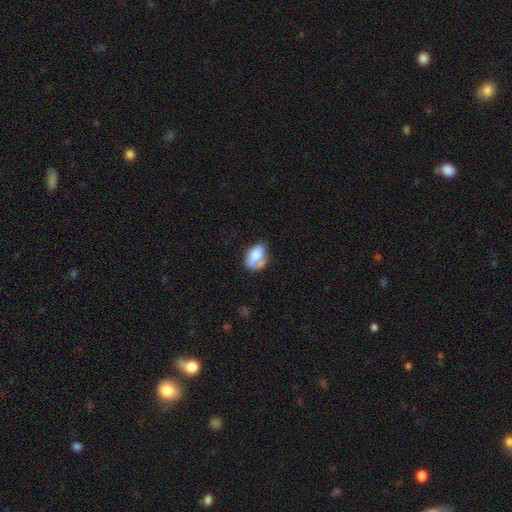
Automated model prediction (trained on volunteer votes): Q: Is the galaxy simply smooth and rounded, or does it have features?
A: smooth — 76%.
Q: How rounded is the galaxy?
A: in between — 86%.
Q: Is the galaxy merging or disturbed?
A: none — 46%.